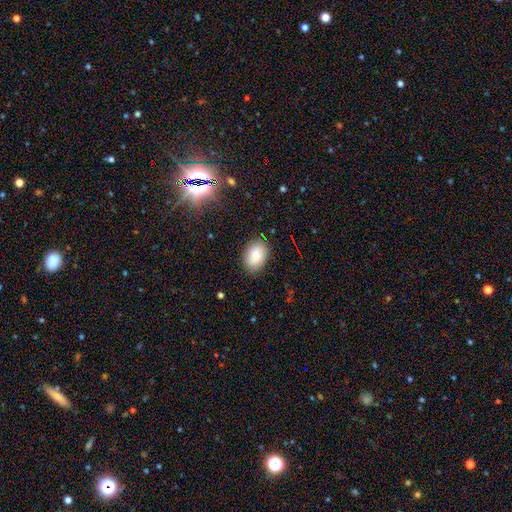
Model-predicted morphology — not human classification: Smooth or featured: smooth — 84% (star or artifact — 8%)
How rounded: in between — 84% (round — 14%)
Merging: none — 85% (minor disturbance — 11%)